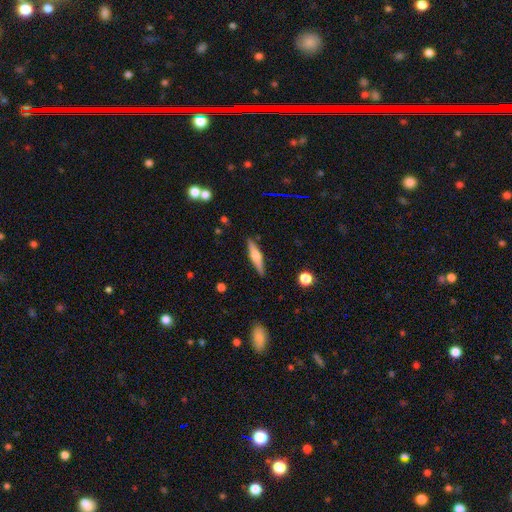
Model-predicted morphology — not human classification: Overall: featured or disk (54%; smooth 39%). Edge-on disk: yes (96%). Edge-on bulge: rounded (82%). Merging: none (89%).